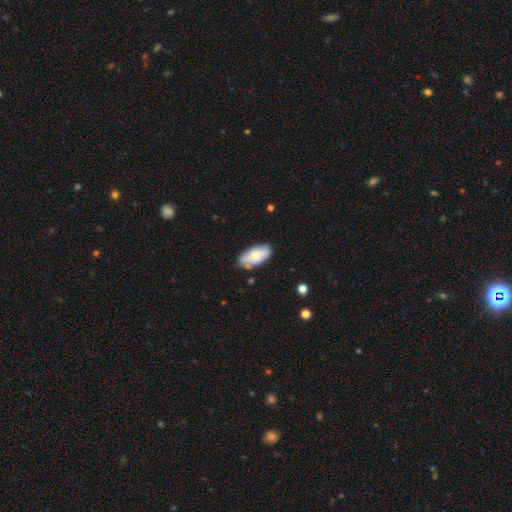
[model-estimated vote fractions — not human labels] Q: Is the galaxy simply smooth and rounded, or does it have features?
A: smooth — 70%.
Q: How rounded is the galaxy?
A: in between — 93%.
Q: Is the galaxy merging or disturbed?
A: none — 75%.